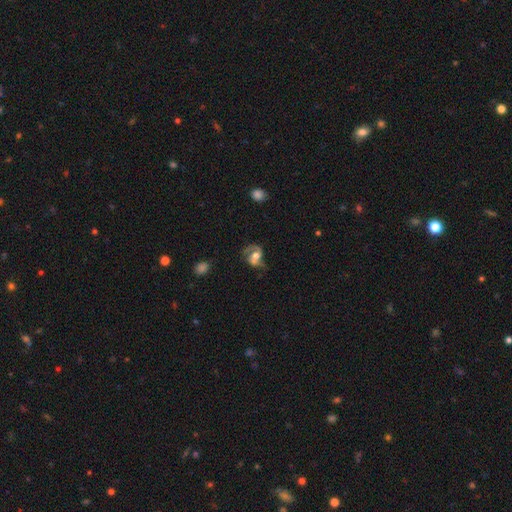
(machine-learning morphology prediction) This appears to be a featured or disk galaxy (68%) with no bar (59%), 2 (69%) medium (43%) spiral arms (81%) and a moderate central bulge (58%). Merging: none (35%).